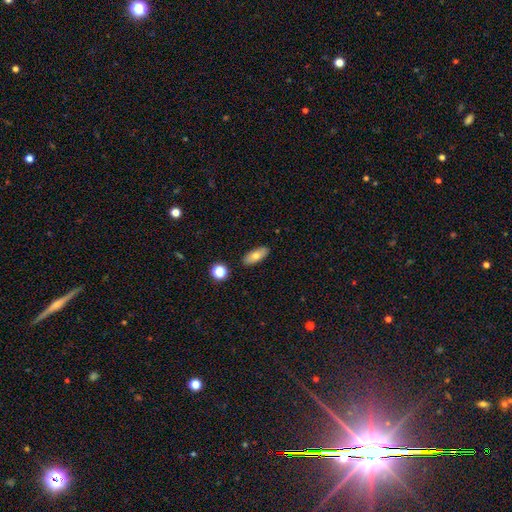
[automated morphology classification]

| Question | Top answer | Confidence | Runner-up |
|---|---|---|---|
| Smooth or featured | smooth | 72% | featured or disk (20%) |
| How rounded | in between | 81% | cigar-shaped (15%) |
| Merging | none | 88% | minor disturbance (8%) |